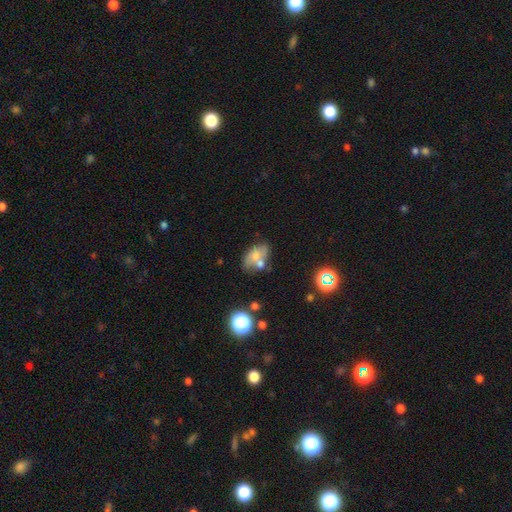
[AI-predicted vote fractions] This appears to be a smooth galaxy with no disk features (53%) that is in between round and cigar-shaped (82%). Merging: none (37%).